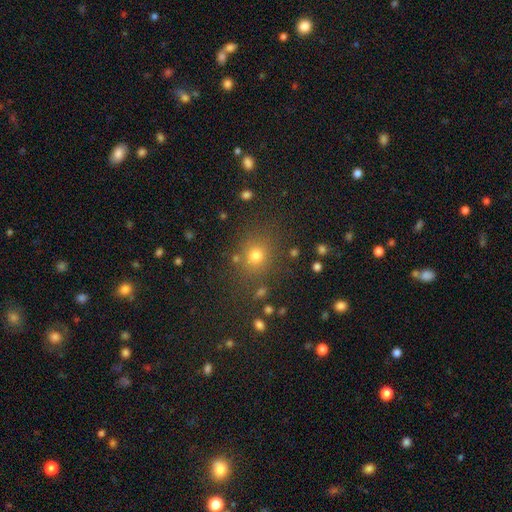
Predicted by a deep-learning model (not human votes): Smooth or featured? Predicted: smooth (p=0.73). How rounded? Predicted: round (p=0.79). Merging? Predicted: none (p=0.81).